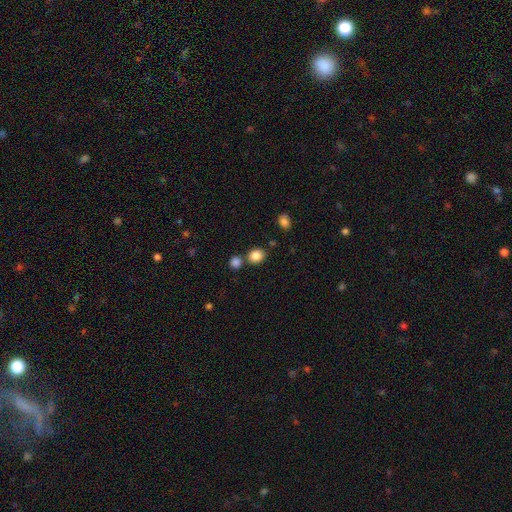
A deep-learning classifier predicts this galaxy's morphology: smooth_or_featured: smooth (p=0.85) [alt: star or artifact p=0.10]
how_rounded: round (p=0.67) [alt: in between p=0.32]
merging: none (p=0.72) [alt: merger p=0.15]